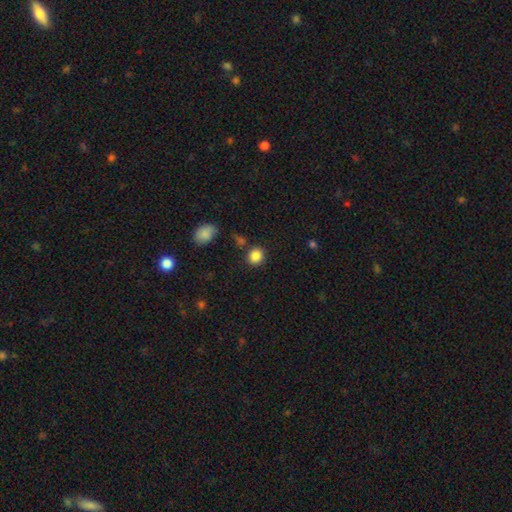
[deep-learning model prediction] smooth 86%, star or artifact 10%, featured or disk 4%. Down the decision tree: how rounded — round (82%); merging — none (82%).